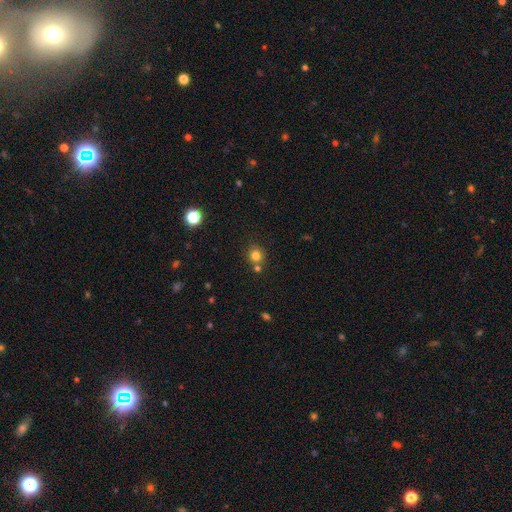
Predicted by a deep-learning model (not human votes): smooth-or-featured: smooth: 79% | star or artifact: 14% | featured or disk: 7%
  how-rounded: round: 87% | in between: 12% | cigar-shaped: 1%
  merging: none: 70% | merger: 18% | minor disturbance: 9% | major disturbance: 3%